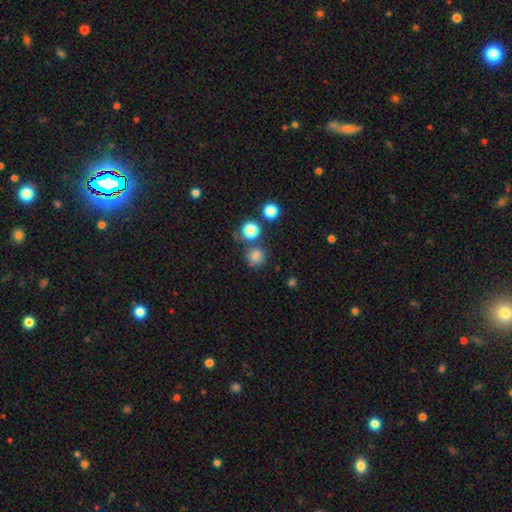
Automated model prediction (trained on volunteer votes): Q: Smooth or featured?
A: smooth (80%); runner-up: star or artifact (14%)
Q: How rounded?
A: round (91%); runner-up: in between (8%)
Q: Merging?
A: none (74%); runner-up: minor disturbance (12%)